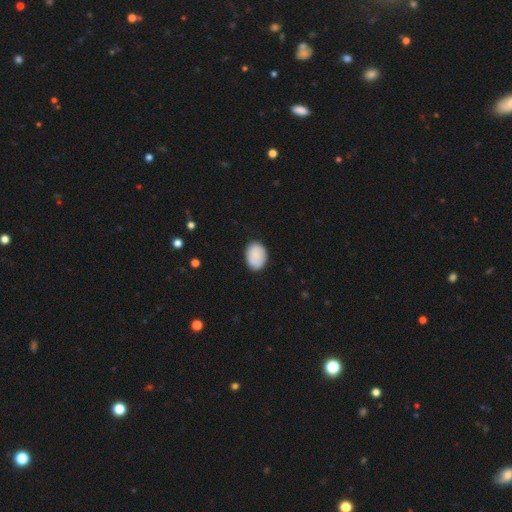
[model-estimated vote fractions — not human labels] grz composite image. It shows a smooth galaxy with no disk features (88%) that is in between round and cigar-shaped (76%). Merging: none (84%).